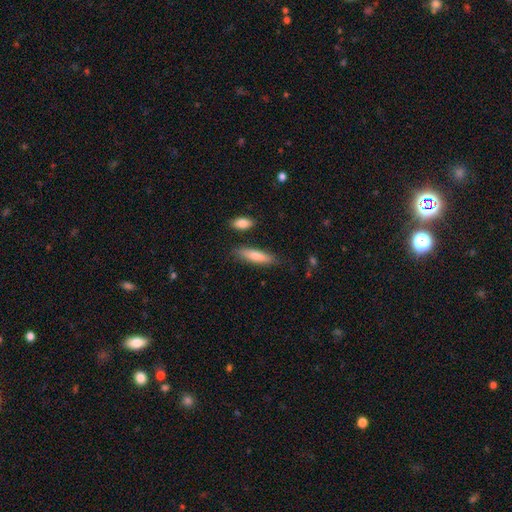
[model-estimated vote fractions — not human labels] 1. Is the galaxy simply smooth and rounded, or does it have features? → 72% smooth, 21% featured or disk, 7% star or artifact.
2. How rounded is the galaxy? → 73% cigar-shaped, 25% in between, 2% round.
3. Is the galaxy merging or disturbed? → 83% none, 11% minor disturbance, 3% merger, 2% major disturbance.